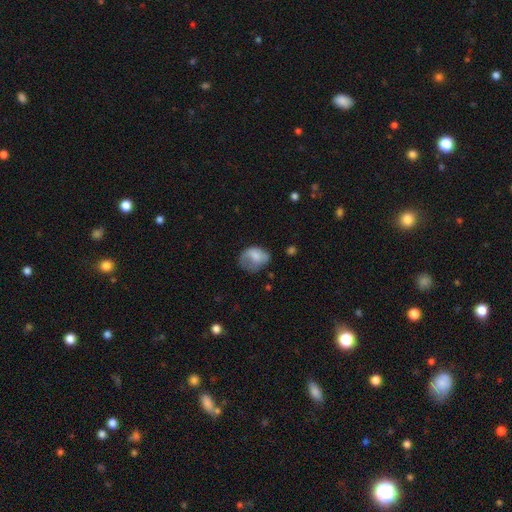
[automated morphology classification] smooth-or-featured: smooth: 67% | featured or disk: 25% | star or artifact: 8%
  how-rounded: in between: 62% | round: 37% | cigar-shaped: 1%
  merging: none: 34% | minor disturbance: 32% | major disturbance: 31% | merger: 3%